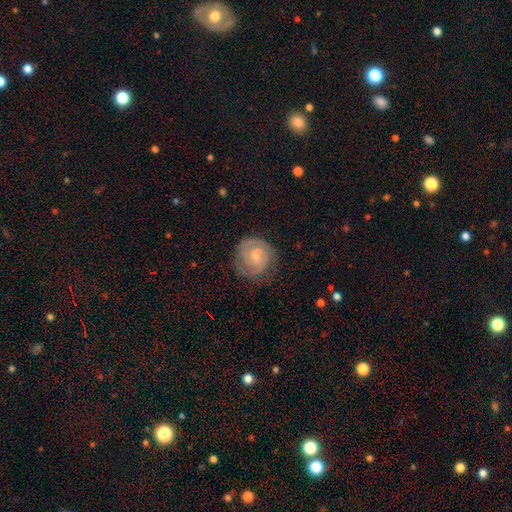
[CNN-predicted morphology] Smooth or featured: featured or disk — 68% (smooth — 26%)
Edge-on disk: no — 98% (yes — 2%)
Bar: no — 62% (weak — 33%)
Spiral arms: yes — 87% (no — 13%)
Spiral winding: tight — 62% (medium — 30%)
Spiral arm count: 2 — 42% (can't tell — 29%)
Bulge size: small — 69% (moderate — 22%)
Merging: none — 66% (minor disturbance — 21%)